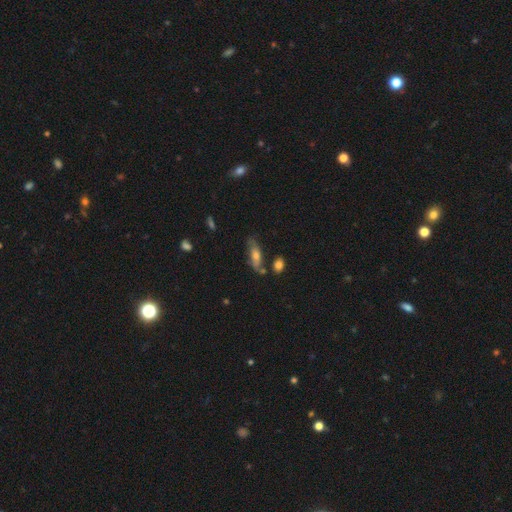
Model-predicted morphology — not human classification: Smooth or featured? Predicted: smooth (p=0.45). Merging? Predicted: none (p=0.64).